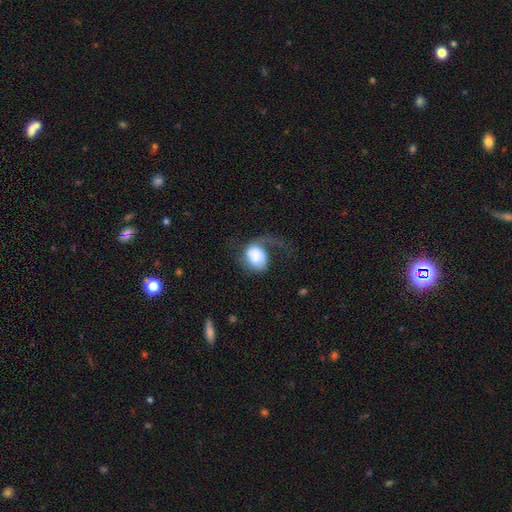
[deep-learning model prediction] This appears to be a smooth galaxy with no disk features (54%) that is in between round and cigar-shaped (56%). Merging: major disturbance (51%).